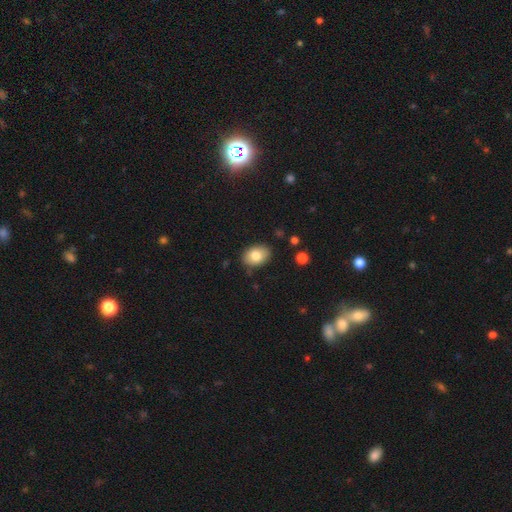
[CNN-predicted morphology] A smooth galaxy with no disk features (80%) that is in between round and cigar-shaped (81%).

Vote fractions:
- Smooth or featured? smooth: 80% / featured or disk: 12% / star or artifact: 8%
- How rounded? in between: 81% / round: 18% / cigar-shaped: 1%
- Merging? none: 84% / minor disturbance: 12% / major disturbance: 2% / merger: 2%